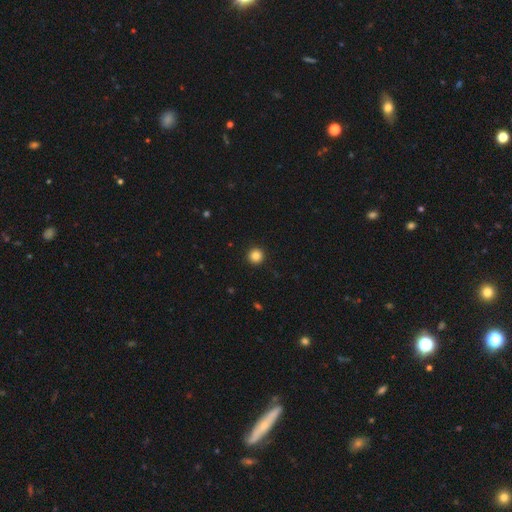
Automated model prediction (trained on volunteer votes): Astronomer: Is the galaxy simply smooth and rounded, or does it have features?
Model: smooth — 85%.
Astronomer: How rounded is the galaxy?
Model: round — 96%.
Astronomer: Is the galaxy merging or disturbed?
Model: none — 94%.